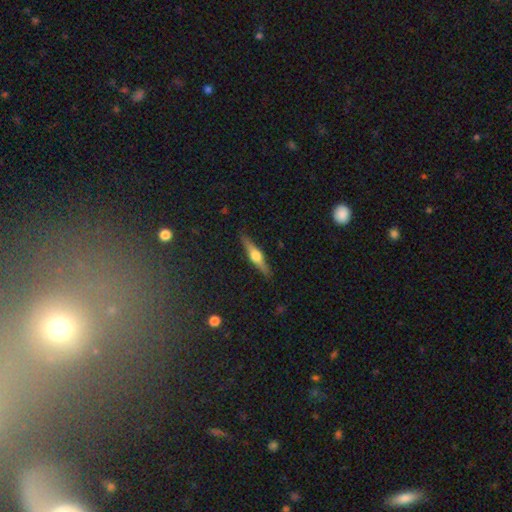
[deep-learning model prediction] smooth_or_featured: featured or disk (p=0.70) [alt: smooth p=0.24]
disk_edge_on: yes (p=0.97) [alt: no p=0.03]
edge_on_bulge: rounded (p=0.94) [alt: boxy p=0.04]
merging: none (p=0.90) [alt: minor disturbance p=0.07]